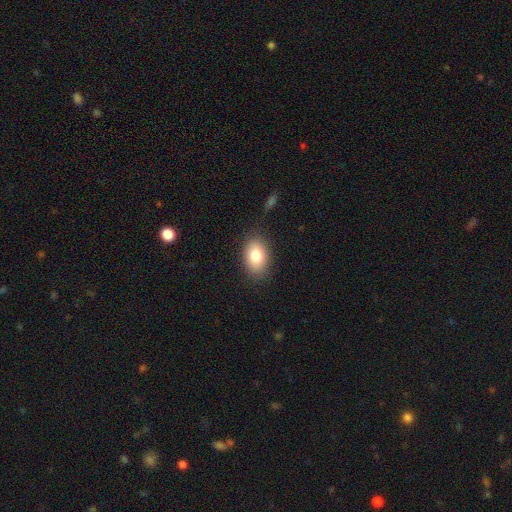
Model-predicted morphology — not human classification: type=smooth (82%); roundness=in between (86%); merging=none (83%).